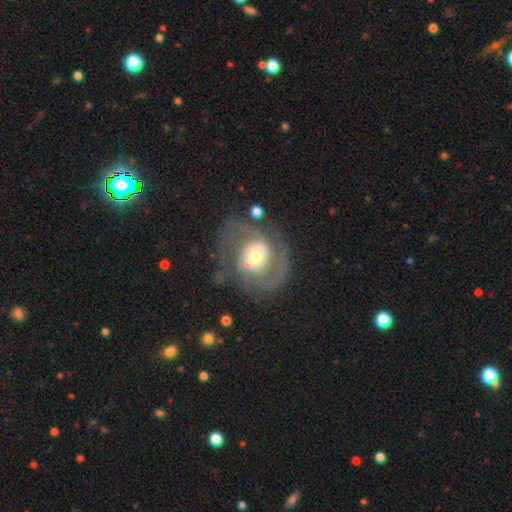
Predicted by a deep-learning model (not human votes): This appears to be a featured or disk galaxy (82%) with no bar (53%), 2 (76%) medium (48%) spiral arms (90%) and a moderate central bulge (54%). Merging: none (62%).